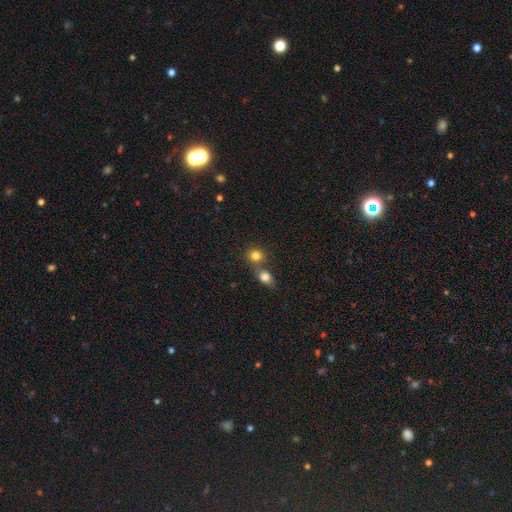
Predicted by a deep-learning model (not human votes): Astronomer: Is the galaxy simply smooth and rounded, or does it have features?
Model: smooth — 81%.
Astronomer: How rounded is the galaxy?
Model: round — 77%.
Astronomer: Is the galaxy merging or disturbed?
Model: none — 48% (runner-up: merger, 42%).